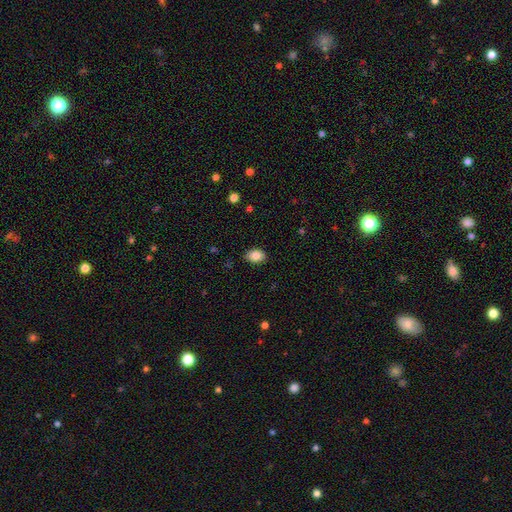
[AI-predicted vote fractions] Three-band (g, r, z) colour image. It shows a smooth galaxy with no disk features (85%) that is in between round and cigar-shaped (76%). Merging: none (85%).